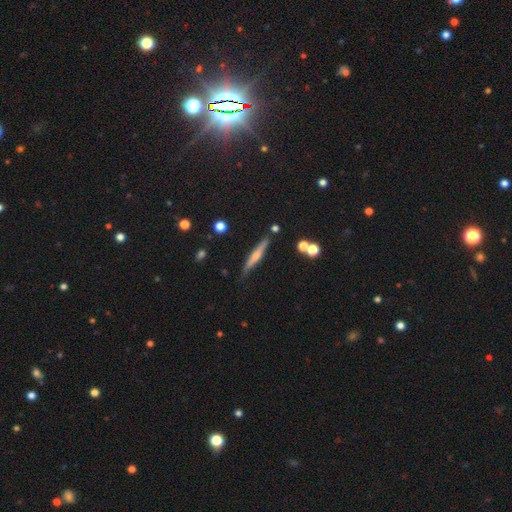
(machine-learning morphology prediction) This appears to be a featured or disk galaxy (56%) viewed edge-on (95%) with a rounded central bulge (75%). Merging: none (82%).